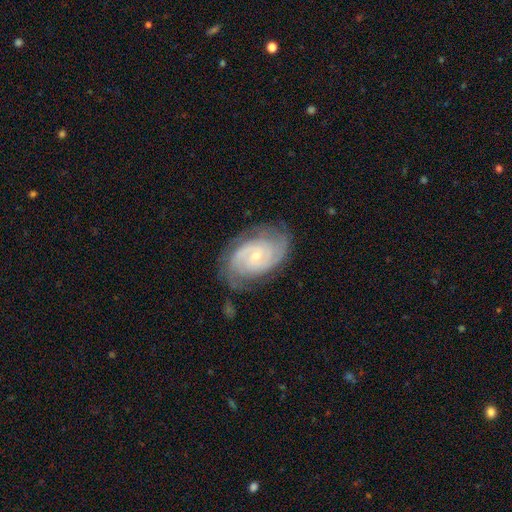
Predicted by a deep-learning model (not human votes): A featured or disk galaxy (85%) with no bar (63%), 2 (53%) tight (58%) spiral arms (96%) and a small central bulge (74%).

Vote fractions:
- Smooth or featured? featured or disk: 85% / smooth: 9% / star or artifact: 6%
- Edge-on disk? no: 97% / yes: 3%
- Bar? no: 63% / weak: 30% / strong: 6%
- Spiral arms? yes: 96% / no: 4%
- Spiral winding? tight: 58% / medium: 34% / loose: 8%
- Spiral arm count? 2: 53% / can't tell: 21% / 3: 13% / 4: 5% / 1: 4% / more than 4: 4%
- Bulge size? small: 74% / moderate: 22% / none: 2% / large: 1% / dominant: 1%
- Merging? none: 73% / minor disturbance: 19% / major disturbance: 7% / merger: 1%